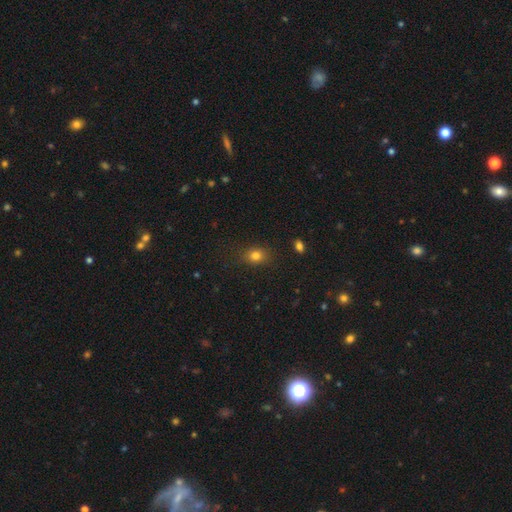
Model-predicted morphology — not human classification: Smooth or featured? smooth (80%)
How rounded? in between (53%)
Merging? none (82%)